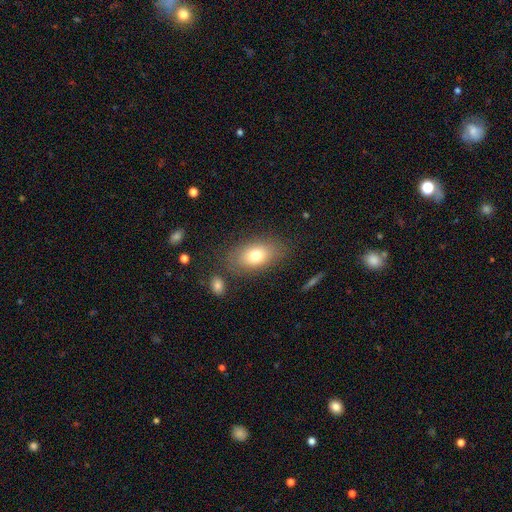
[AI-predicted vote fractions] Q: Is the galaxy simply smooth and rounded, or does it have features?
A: smooth — 76%.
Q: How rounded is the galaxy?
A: in between — 87%.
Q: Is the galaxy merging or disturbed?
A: none — 77%.